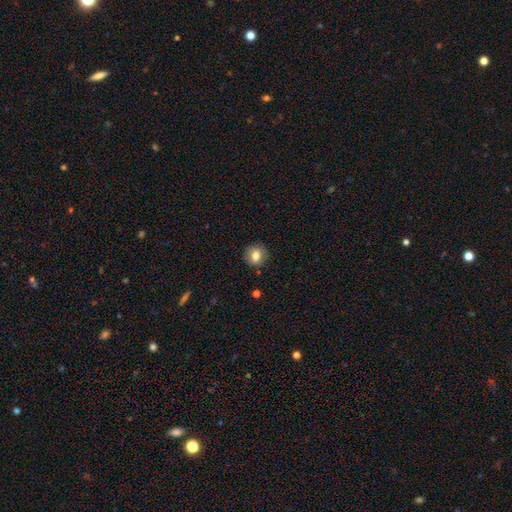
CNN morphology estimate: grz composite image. It shows a smooth galaxy with no disk features (78%) that is round (80%). Merging: none (86%).